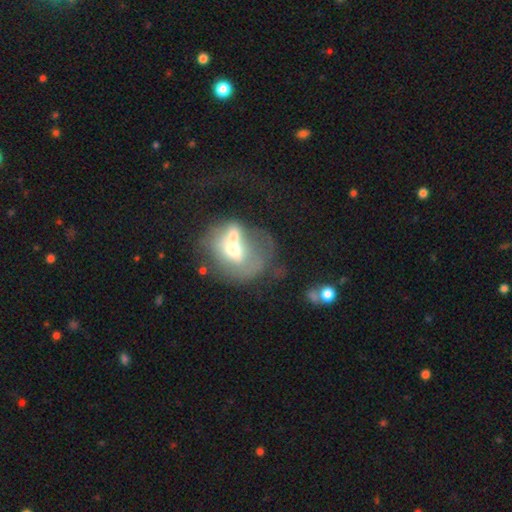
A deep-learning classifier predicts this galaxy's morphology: Q: Smooth or featured?
A: featured or disk (56%); runner-up: smooth (27%)
Q: Edge-on disk?
A: no (95%); runner-up: yes (5%)
Q: Bar?
A: no (48%); runner-up: weak (34%)
Q: Spiral arms?
A: no (53%); runner-up: yes (47%)
Q: Bulge size?
A: moderate (59%); runner-up: small (19%)
Q: Merging?
A: none (37%); runner-up: major disturbance (36%)